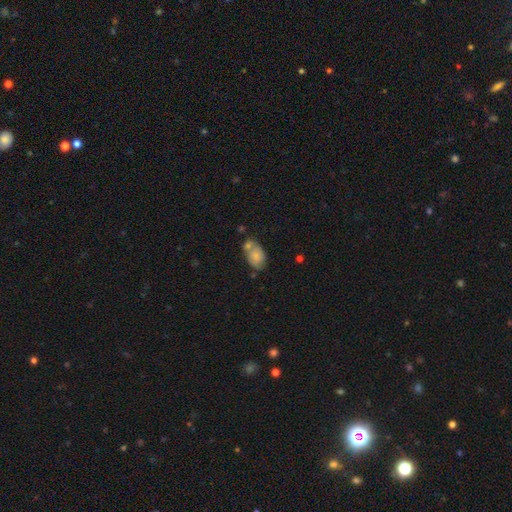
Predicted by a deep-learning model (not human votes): Smooth or featured: smooth — 75% (featured or disk — 17%)
How rounded: in between — 87% (round — 12%)
Merging: none — 41% (merger — 34%)